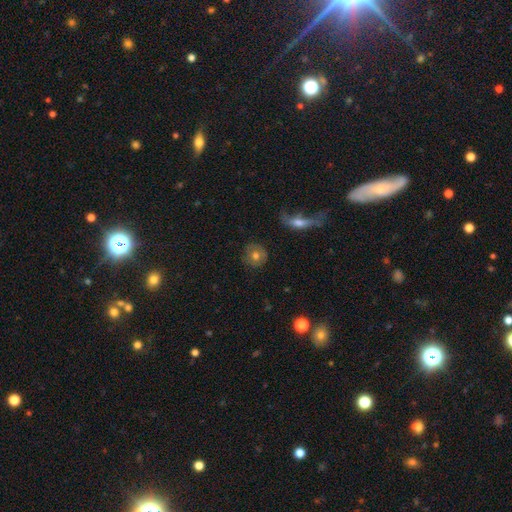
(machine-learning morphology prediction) type=smooth (62%); roundness=round (89%); merging=none (82%).